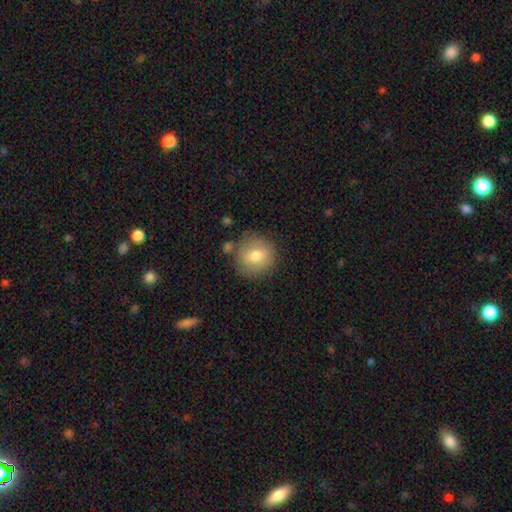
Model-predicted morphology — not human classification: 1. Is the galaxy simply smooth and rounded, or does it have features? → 75% smooth, 17% featured or disk, 8% star or artifact.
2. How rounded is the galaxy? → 88% round, 11% in between, 1% cigar-shaped.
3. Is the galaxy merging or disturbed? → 79% none, 13% minor disturbance, 4% merger, 4% major disturbance.